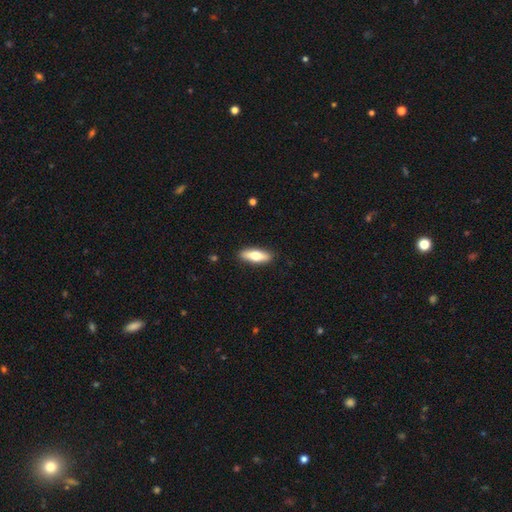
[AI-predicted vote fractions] Smooth or featured? smooth (66%)
How rounded? in between (56%)
Merging? none (89%)